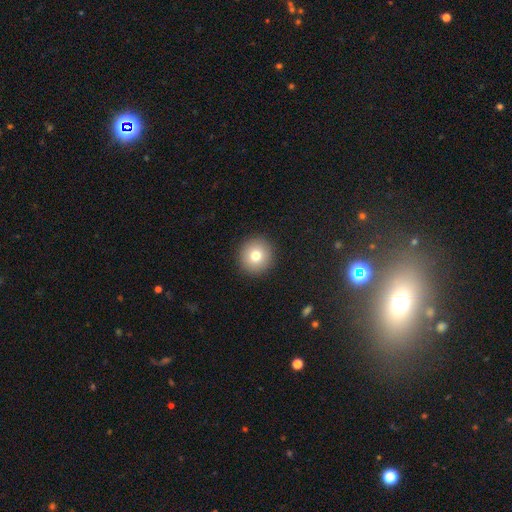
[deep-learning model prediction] A smooth galaxy with no disk features (76%) that is round (94%).

Vote fractions:
- Smooth or featured? smooth: 76% / featured or disk: 12% / star or artifact: 12%
- How rounded? round: 94% / in between: 5% / cigar-shaped: 1%
- Merging? none: 92% / minor disturbance: 5% / major disturbance: 2% / merger: 1%